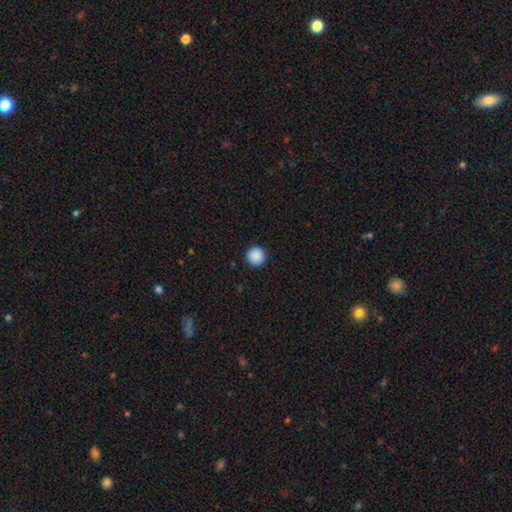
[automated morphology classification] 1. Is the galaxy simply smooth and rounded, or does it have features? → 89% smooth, 9% star or artifact, 2% featured or disk.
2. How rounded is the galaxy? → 96% round, 3% in between, 1% cigar-shaped.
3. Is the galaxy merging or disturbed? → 92% none, 5% minor disturbance, 2% major disturbance, 1% merger.